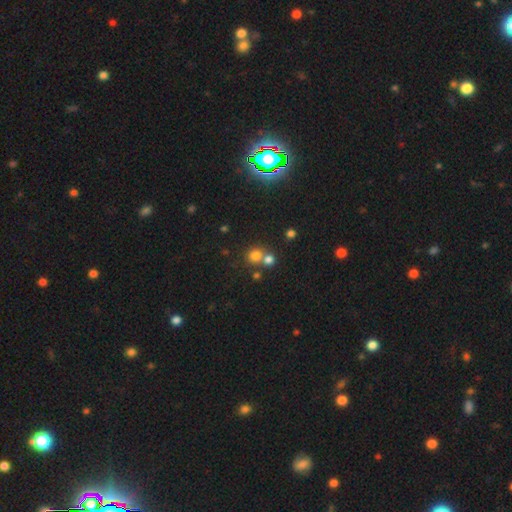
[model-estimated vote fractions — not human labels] Smooth or featured: smooth — 73% (star or artifact — 18%)
How rounded: round — 87% (in between — 12%)
Merging: none — 54% (merger — 37%)